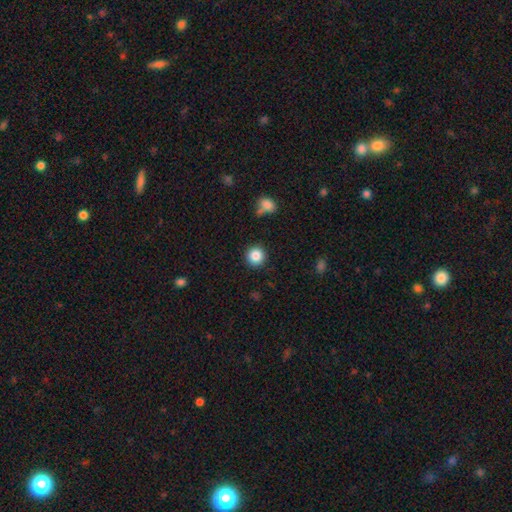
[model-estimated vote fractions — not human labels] Smooth or featured? Predicted: smooth (p=0.86). How rounded? Predicted: round (p=0.94). Merging? Predicted: none (p=0.90).